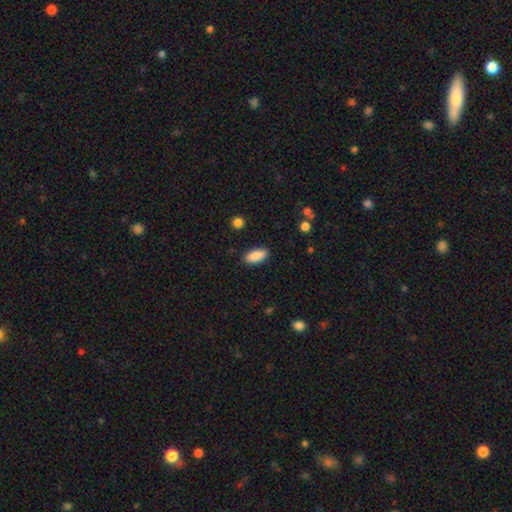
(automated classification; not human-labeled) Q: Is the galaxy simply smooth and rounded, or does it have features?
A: smooth — 88%.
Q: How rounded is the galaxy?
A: in between — 86%.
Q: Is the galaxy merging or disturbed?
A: none — 86%.